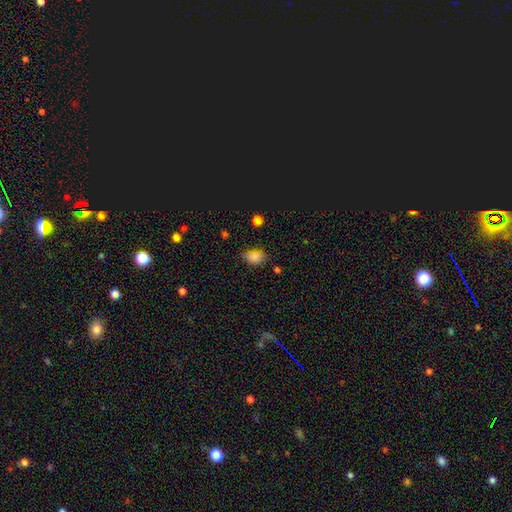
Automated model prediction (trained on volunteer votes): Overall: smooth (79%). How rounded: in between (80%). Merging: none (70%).